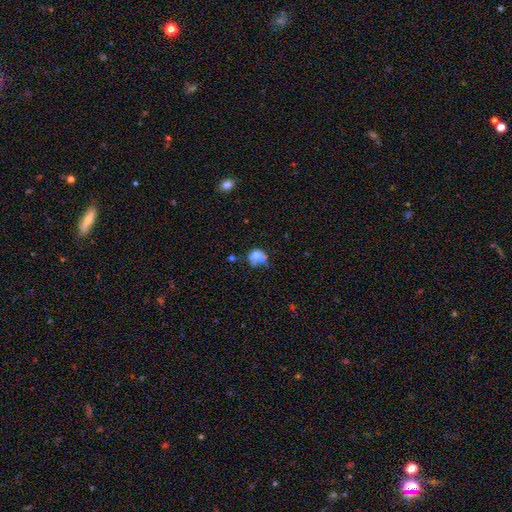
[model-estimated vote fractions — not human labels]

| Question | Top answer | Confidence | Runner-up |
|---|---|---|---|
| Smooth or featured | smooth | 58% | featured or disk (30%) |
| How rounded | in between | 51% | round (48%) |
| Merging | merger | 54% | none (26%) |